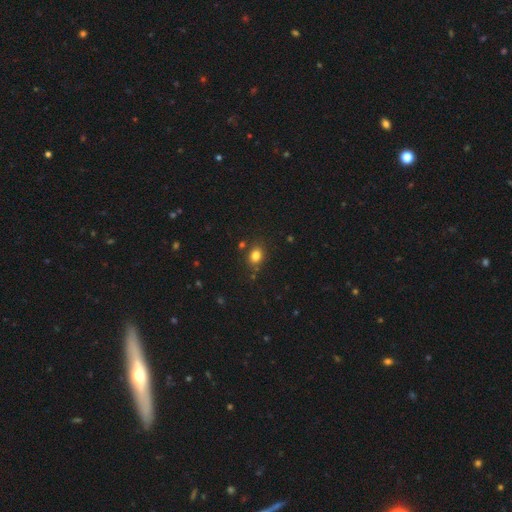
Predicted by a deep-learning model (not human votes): Smooth or featured?
  - smooth: 81% *
  - star or artifact: 12%
  - featured or disk: 6%
How rounded?
  - in between: 52% *
  - round: 47%
  - cigar-shaped: 1%
Merging?
  - none: 81% *
  - minor disturbance: 12%
  - merger: 4%
  - major disturbance: 3%